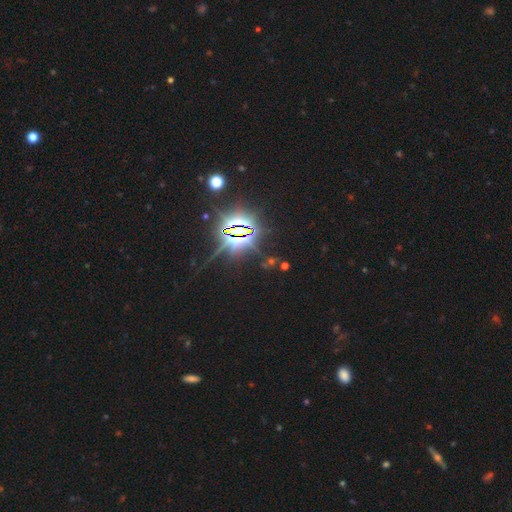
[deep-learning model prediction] Morphology: type=star or artifact (86%).